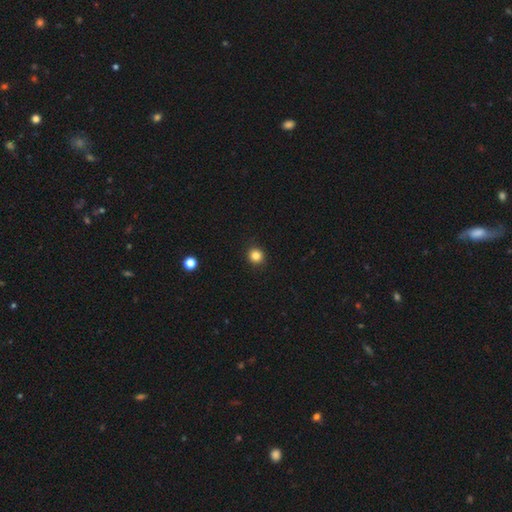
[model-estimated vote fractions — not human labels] Smooth or featured?
  - smooth: 84% *
  - star or artifact: 12%
  - featured or disk: 4%
How rounded?
  - round: 92% *
  - in between: 7%
  - cigar-shaped: 1%
Merging?
  - none: 93% *
  - minor disturbance: 5%
  - major disturbance: 2%
  - merger: 1%